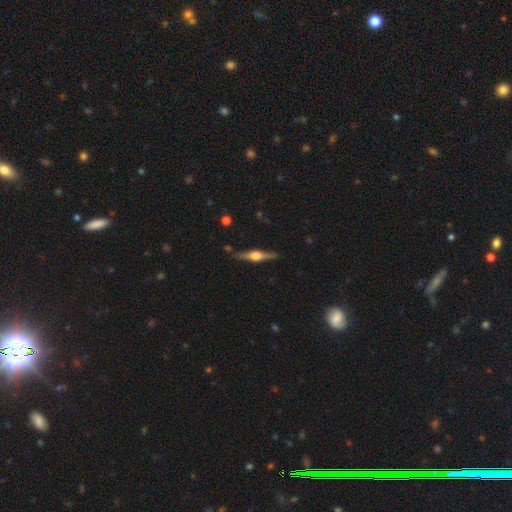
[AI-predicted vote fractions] Q: Smooth or featured?
A: featured or disk (79%); runner-up: smooth (15%)
Q: Edge-on disk?
A: yes (98%); runner-up: no (2%)
Q: Edge-on bulge?
A: rounded (90%); runner-up: boxy (8%)
Q: Merging?
A: none (85%); runner-up: minor disturbance (10%)